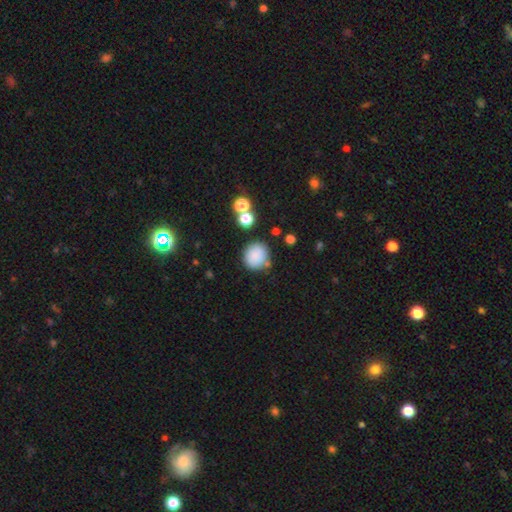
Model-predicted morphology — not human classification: This is clearly a smooth galaxy (83%). How rounded: clearly round (85%). Merging: likely none (72%).